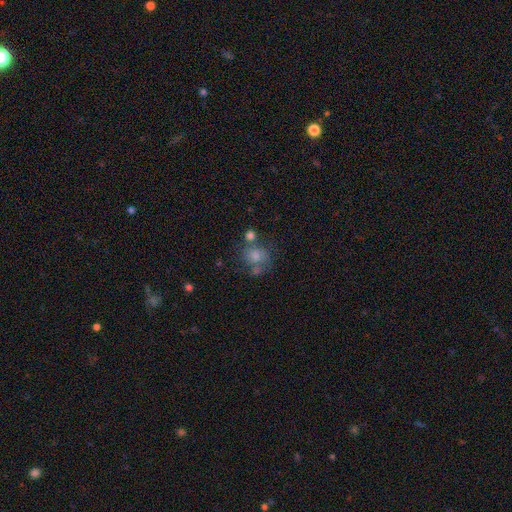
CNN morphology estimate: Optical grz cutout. It shows a smooth galaxy with no disk features (71%) that is round (71%). Merging: none (46%).